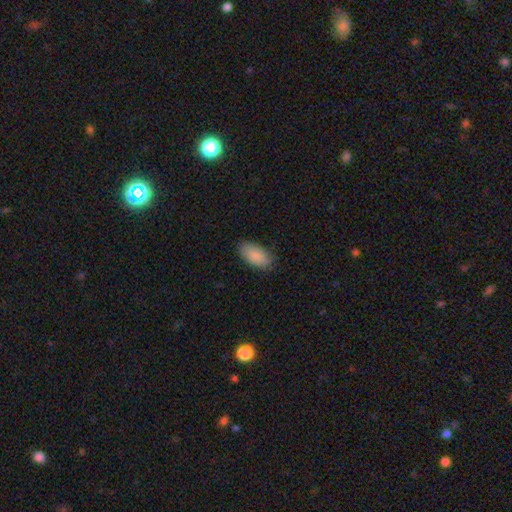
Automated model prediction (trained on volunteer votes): Smooth or featured: smooth — 88% (star or artifact — 6%)
How rounded: in between — 94% (cigar-shaped — 4%)
Merging: none — 83% (minor disturbance — 13%)